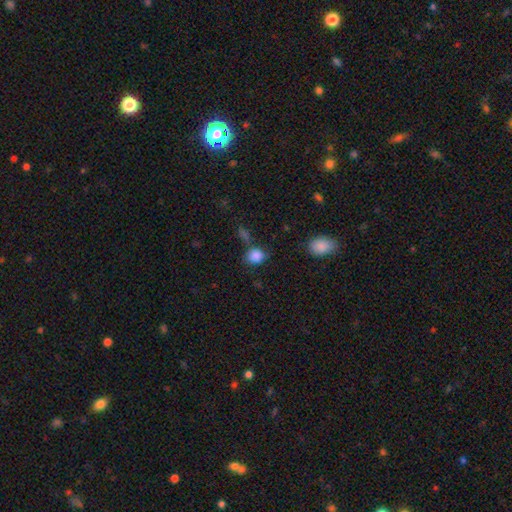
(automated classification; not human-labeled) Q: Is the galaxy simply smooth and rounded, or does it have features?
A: smooth — 85%.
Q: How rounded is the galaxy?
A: round — 69%.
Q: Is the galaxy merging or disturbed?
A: none — 66%.